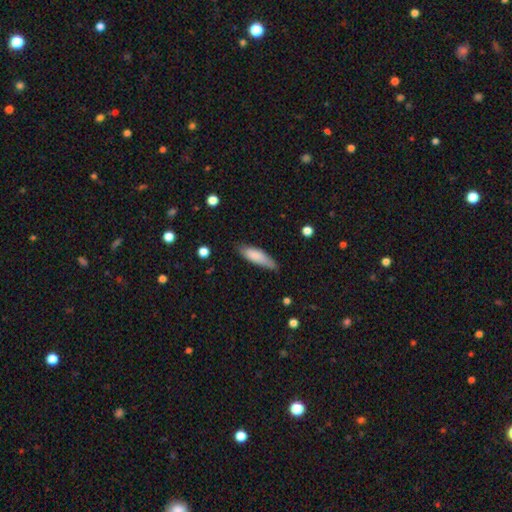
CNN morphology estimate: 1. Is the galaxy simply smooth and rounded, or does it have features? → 81% smooth, 13% featured or disk, 6% star or artifact.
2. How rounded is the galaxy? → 55% cigar-shaped, 44% in between, 2% round.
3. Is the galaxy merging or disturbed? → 70% none, 24% minor disturbance, 4% major disturbance, 2% merger.